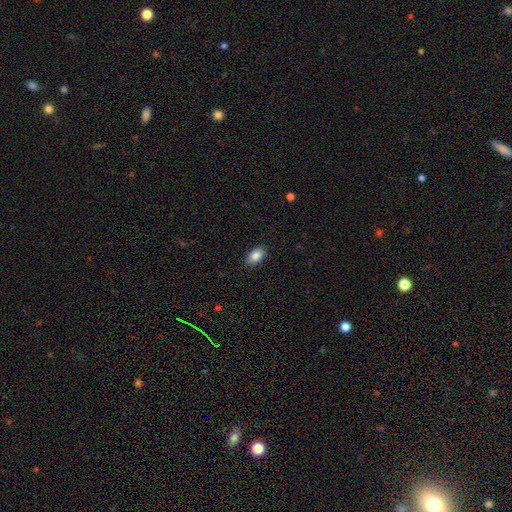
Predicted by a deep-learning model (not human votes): smooth_or_featured: smooth (p=0.87) [alt: star or artifact p=0.07]
how_rounded: in between (p=0.92) [alt: round p=0.06]
merging: none (p=0.88) [alt: minor disturbance p=0.09]